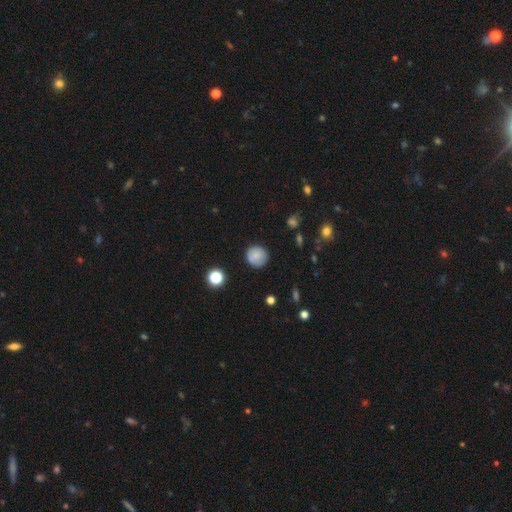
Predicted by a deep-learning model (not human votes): Smooth or featured?
  - smooth: 80% *
  - star or artifact: 10%
  - featured or disk: 10%
How rounded?
  - round: 93% *
  - in between: 6%
  - cigar-shaped: 1%
Merging?
  - none: 84% *
  - minor disturbance: 11%
  - major disturbance: 3%
  - merger: 2%